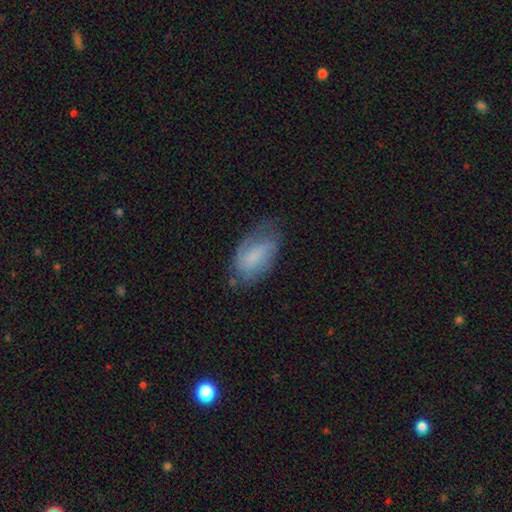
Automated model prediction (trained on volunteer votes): This appears to be a smooth galaxy with no disk features (53%) that is in between round and cigar-shaped (91%). Merging: none (50%).